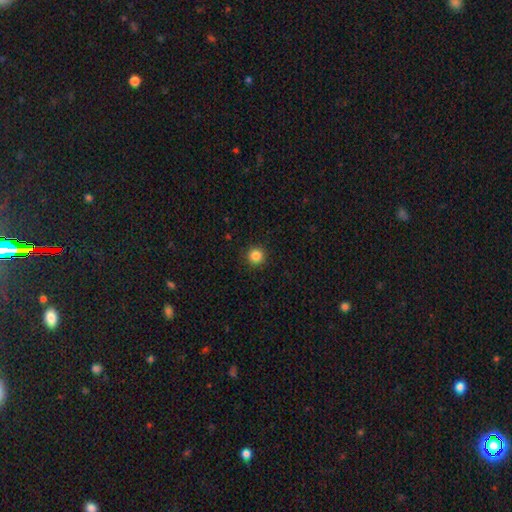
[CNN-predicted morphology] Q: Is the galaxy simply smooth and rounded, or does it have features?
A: smooth — 85%.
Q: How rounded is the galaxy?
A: round — 95%.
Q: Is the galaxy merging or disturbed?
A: none — 92%.